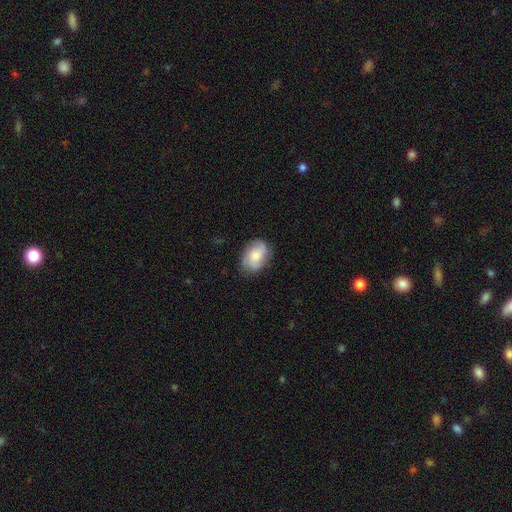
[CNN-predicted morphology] Smooth or featured: smooth — 54% (featured or disk — 38%)
How rounded: in between — 82% (round — 17%)
Merging: none — 77% (minor disturbance — 17%)